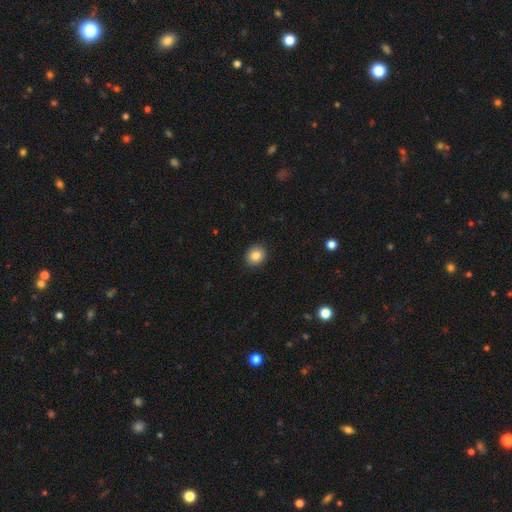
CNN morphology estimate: Smooth or featured? Predicted: smooth (p=0.84). How rounded? Predicted: round (p=0.73). Merging? Predicted: none (p=0.91).